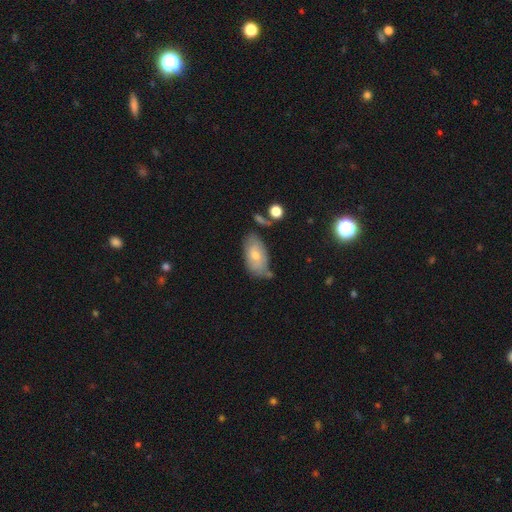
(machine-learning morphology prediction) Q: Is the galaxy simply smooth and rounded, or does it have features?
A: smooth — 63%.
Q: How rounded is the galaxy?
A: in between — 92%.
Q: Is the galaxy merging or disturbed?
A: none — 55%.